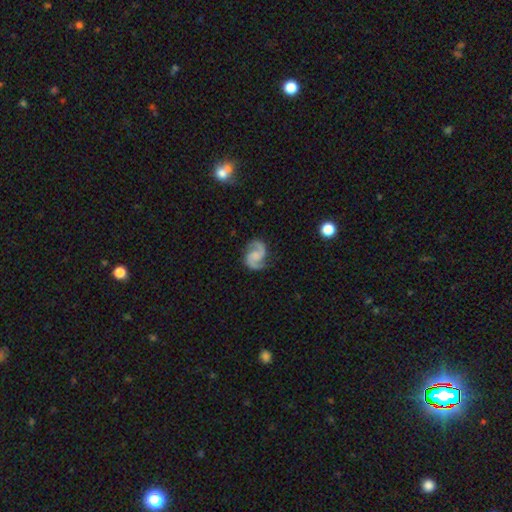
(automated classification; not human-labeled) The model was most divided on "bulge size": none: 41%, small: 31%, moderate: 22%, large: 4%, dominant: 1%. More confident: edge-on disk — no (98%); spiral arms — yes (98%); spiral arm count — 2 (94%); smooth or featured — featured or disk (90%); merging — none (82%); spiral winding — medium (59%); bar — no (56%).